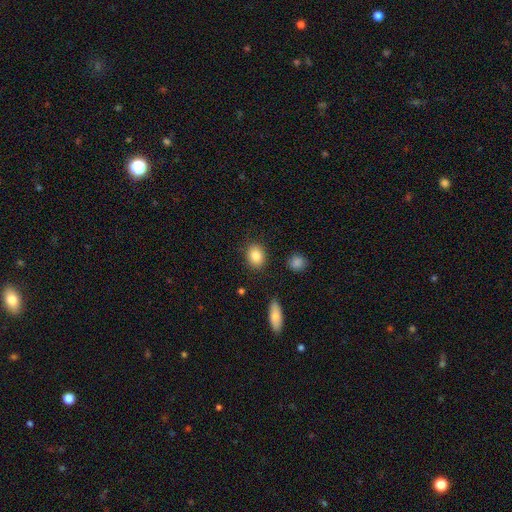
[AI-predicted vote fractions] Smooth or featured: smooth — 85% (star or artifact — 8%)
How rounded: in between — 54% (round — 45%)
Merging: none — 86% (minor disturbance — 9%)